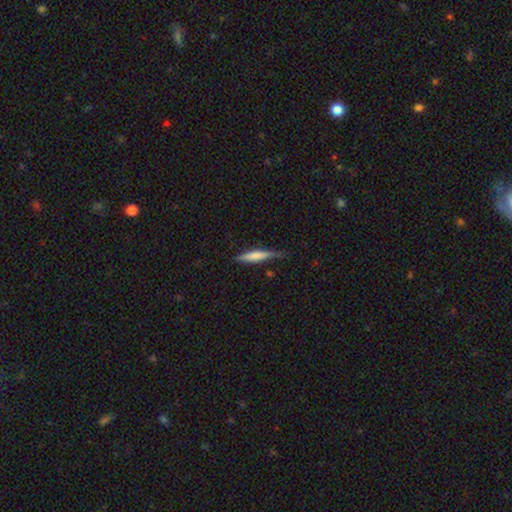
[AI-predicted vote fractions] A smooth galaxy with no disk features (61%) that is cigar-shaped (88%). Merging: none (66%).